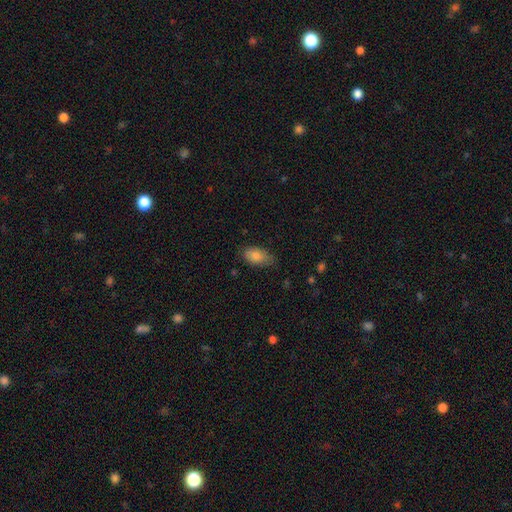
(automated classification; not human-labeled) This appears to be a smooth galaxy with no disk features (81%) that is in between round and cigar-shaped (91%). Merging: none (66%).